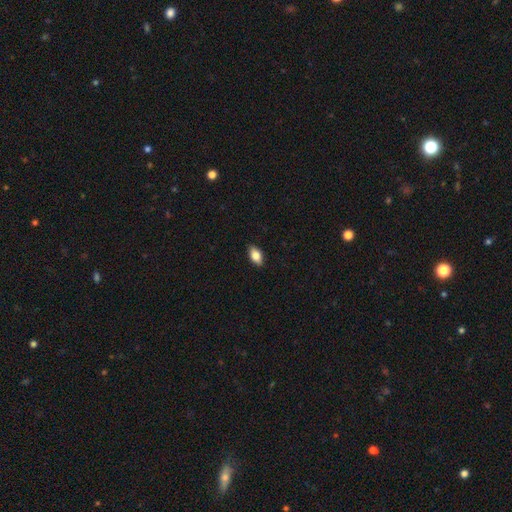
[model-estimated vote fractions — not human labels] A smooth galaxy with no disk features (81%) that is in between round and cigar-shaped (90%).

Vote fractions:
- Smooth or featured? smooth: 81% / featured or disk: 12% / star or artifact: 7%
- How rounded? in between: 90% / round: 5% / cigar-shaped: 5%
- Merging? none: 89% / minor disturbance: 8% / major disturbance: 2% / merger: 1%